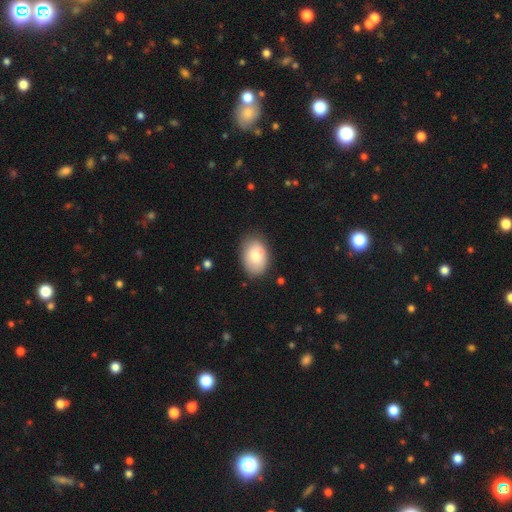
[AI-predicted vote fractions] smooth_or_featured: smooth (p=0.81) [alt: featured or disk p=0.13]
how_rounded: in between (p=0.85) [alt: round p=0.14]
merging: none (p=0.79) [alt: minor disturbance p=0.16]